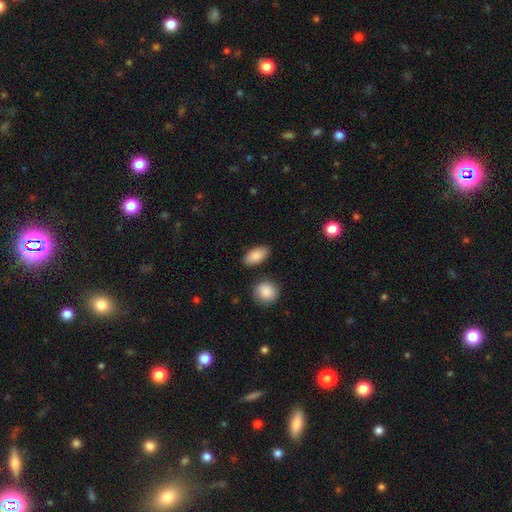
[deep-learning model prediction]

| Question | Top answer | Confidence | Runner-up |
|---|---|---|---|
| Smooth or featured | smooth | 88% | star or artifact (6%) |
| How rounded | in between | 91% | cigar-shaped (5%) |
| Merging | none | 84% | minor disturbance (10%) |